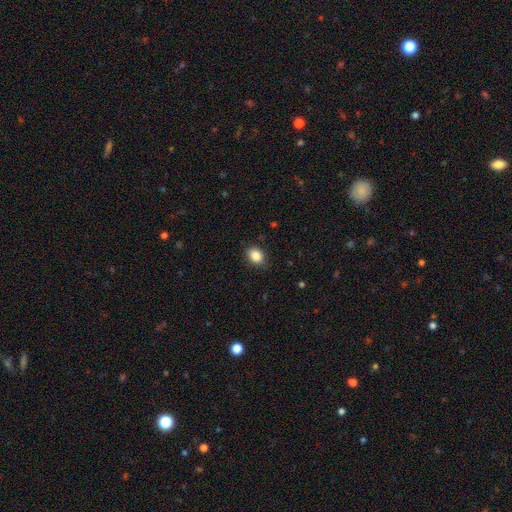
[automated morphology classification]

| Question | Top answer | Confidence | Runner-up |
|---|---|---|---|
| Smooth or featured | smooth | 88% | star or artifact (8%) |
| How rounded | in between | 73% | round (26%) |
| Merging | none | 83% | minor disturbance (13%) |